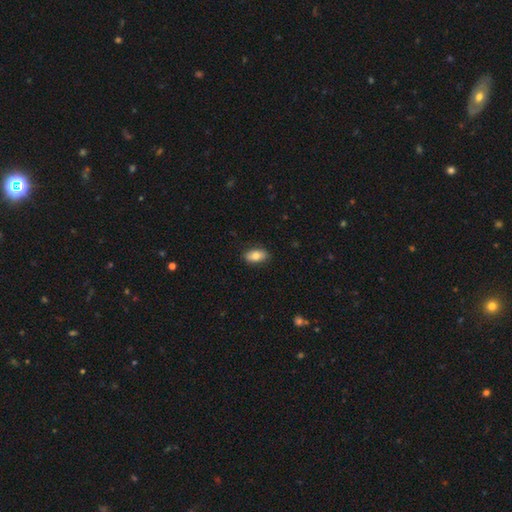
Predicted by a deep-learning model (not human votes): This appears to be a smooth galaxy with no disk features (78%) that is in between round and cigar-shaped (91%). Merging: none (86%).